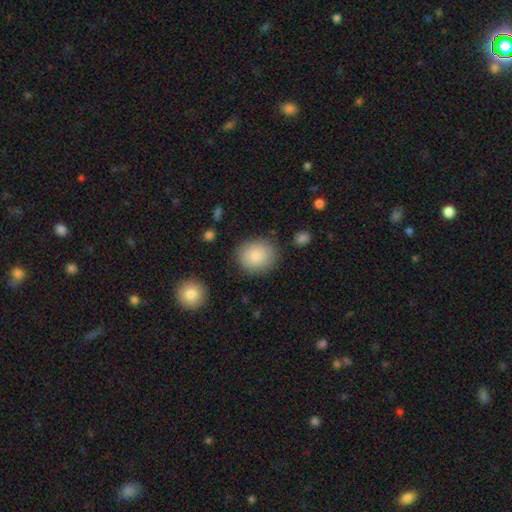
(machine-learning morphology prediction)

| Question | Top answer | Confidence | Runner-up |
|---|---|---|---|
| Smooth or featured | smooth | 87% | star or artifact (7%) |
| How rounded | round | 79% | in between (20%) |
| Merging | none | 82% | minor disturbance (11%) |